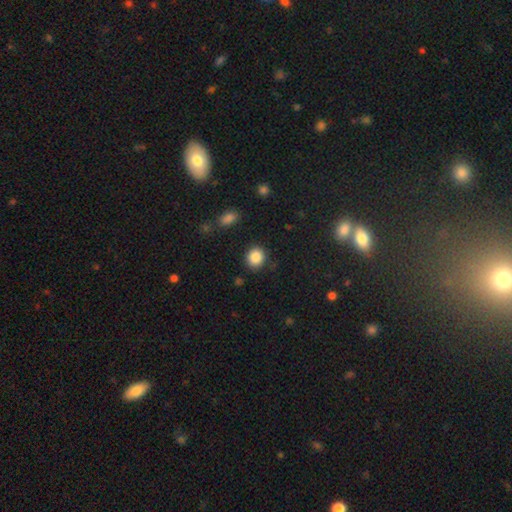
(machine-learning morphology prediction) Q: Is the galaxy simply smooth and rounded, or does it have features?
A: smooth — 87%.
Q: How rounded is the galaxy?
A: round — 79%.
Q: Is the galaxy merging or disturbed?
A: none — 88%.